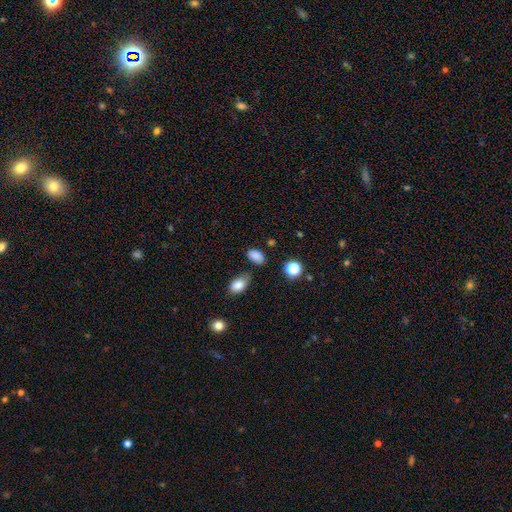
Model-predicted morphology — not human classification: A smooth galaxy with no disk features (83%) that is in between round and cigar-shaped (87%). Merging: none (65%).